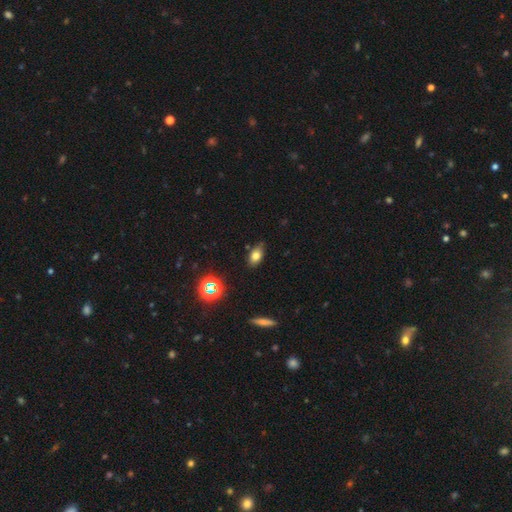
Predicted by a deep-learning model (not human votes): smooth-or-featured: smooth: 76% | star or artifact: 14% | featured or disk: 11%
  how-rounded: in between: 85% | round: 12% | cigar-shaped: 4%
  merging: none: 78% | minor disturbance: 17% | major disturbance: 3% | merger: 2%